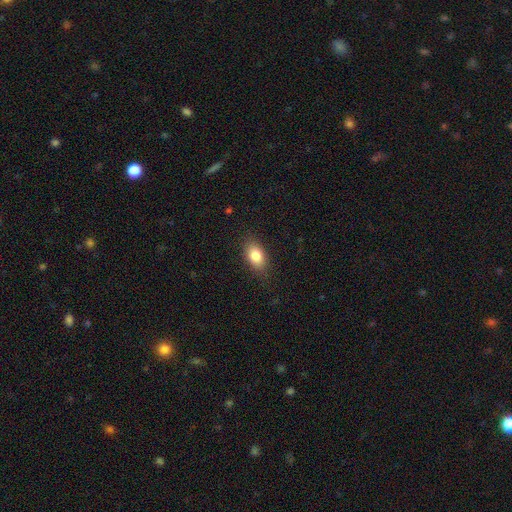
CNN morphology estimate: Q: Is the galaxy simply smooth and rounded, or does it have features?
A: smooth — 84%.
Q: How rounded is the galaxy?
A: in between — 88%.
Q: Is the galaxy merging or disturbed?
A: none — 85%.